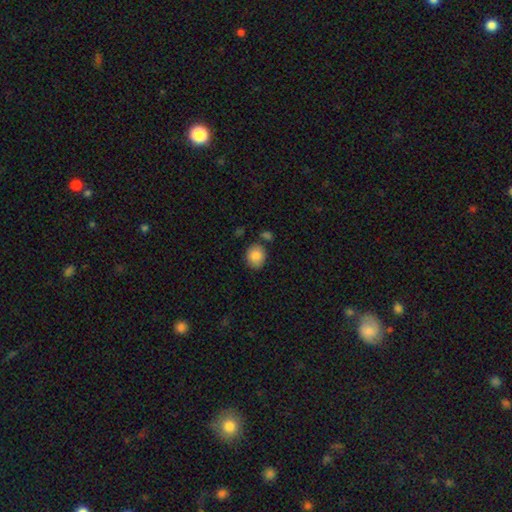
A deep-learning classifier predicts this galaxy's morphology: Smooth or featured?
  - smooth: 86% *
  - star or artifact: 8%
  - featured or disk: 6%
How rounded?
  - round: 66% *
  - in between: 33%
  - cigar-shaped: 1%
Merging?
  - none: 76% *
  - minor disturbance: 13%
  - merger: 8%
  - major disturbance: 3%